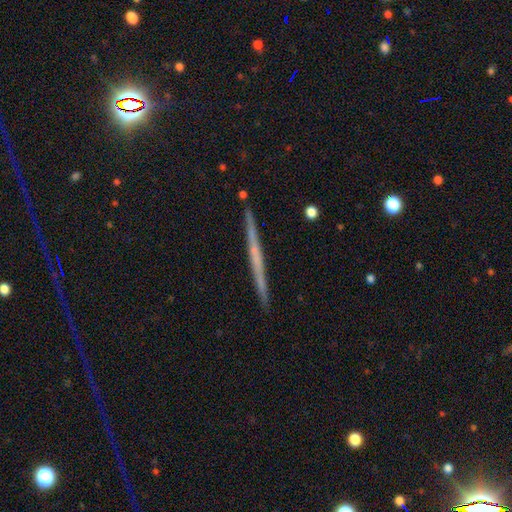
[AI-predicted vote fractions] A featured or disk galaxy (60%) viewed edge-on (98%) with no central bulge (83%). Merging: none (92%).